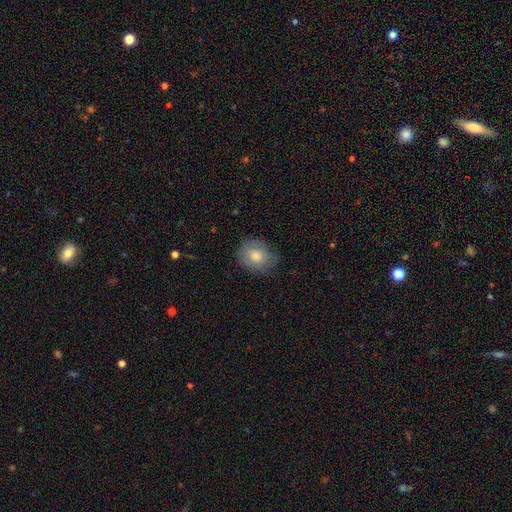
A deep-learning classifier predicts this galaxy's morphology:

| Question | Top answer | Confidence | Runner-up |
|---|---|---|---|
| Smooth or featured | smooth | 75% | featured or disk (16%) |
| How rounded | round | 58% | in between (41%) |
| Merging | none | 78% | minor disturbance (17%) |